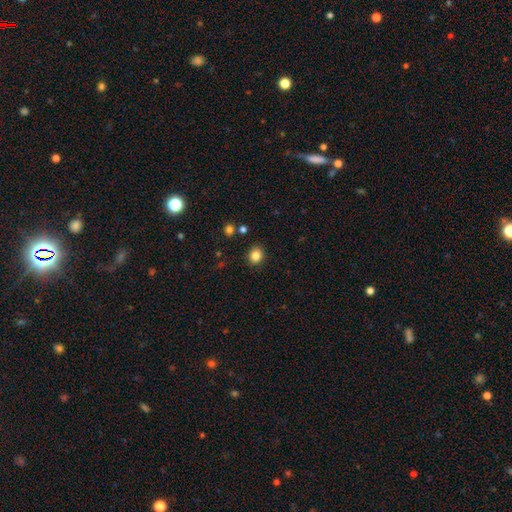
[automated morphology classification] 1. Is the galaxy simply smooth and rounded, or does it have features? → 84% smooth, 11% star or artifact, 5% featured or disk.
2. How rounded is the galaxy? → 66% round, 33% in between, 1% cigar-shaped.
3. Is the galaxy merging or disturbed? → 88% none, 8% minor disturbance, 2% major disturbance, 2% merger.